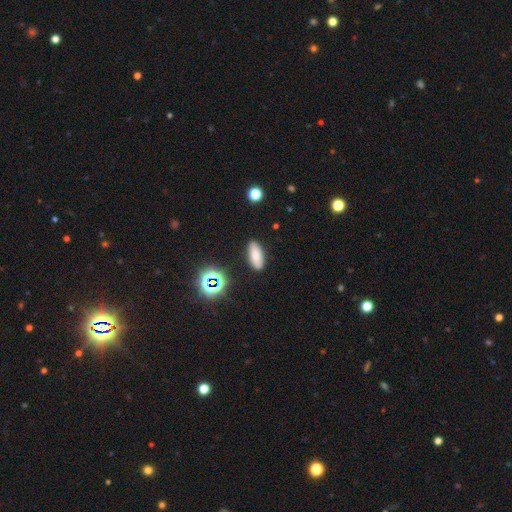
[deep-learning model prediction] Morphology: type=smooth (74%); roundness=in between (80%); merging=none (85%).